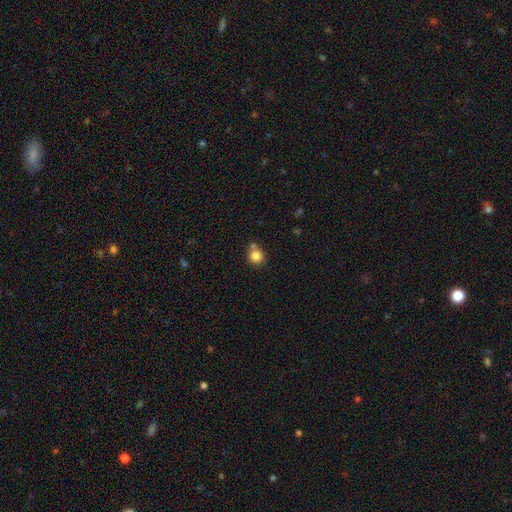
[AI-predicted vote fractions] Q: Smooth or featured?
A: smooth (83%); runner-up: star or artifact (11%)
Q: How rounded?
A: round (90%); runner-up: in between (9%)
Q: Merging?
A: none (65%); runner-up: merger (20%)